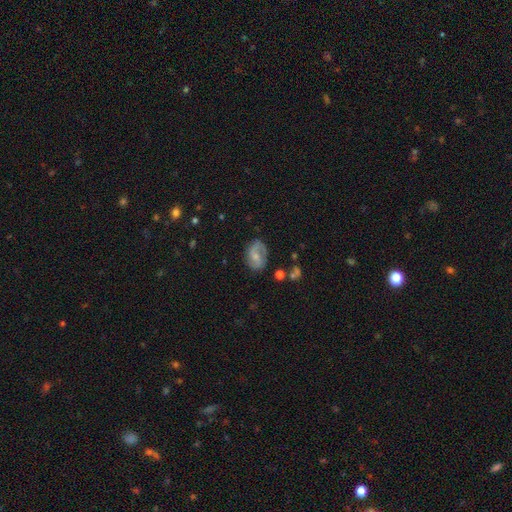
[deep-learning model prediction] The model was most divided on "bar": no: 44%, weak: 43%, strong: 13%. Remaining: edge-on disk — no (96%); spiral arms — yes (81%); merging — none (67%); smooth or featured — featured or disk (56%); bulge size — small (45%).